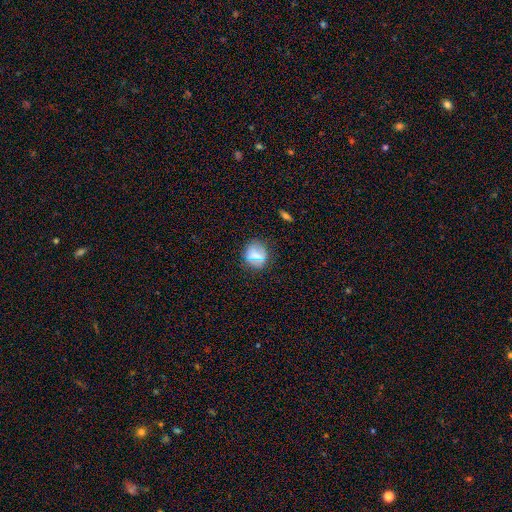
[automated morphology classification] The model was most divided on "smooth or featured": smooth: 70%, star or artifact: 20%, featured or disk: 10%. More confident: how rounded — round (87%); merging — none (86%).